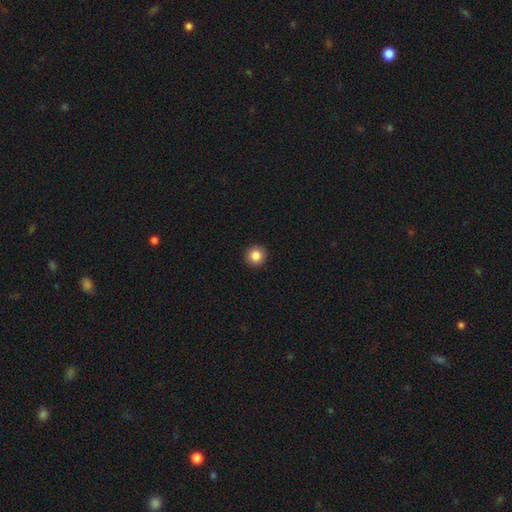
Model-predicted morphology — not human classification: smooth-or-featured: smooth: 86% | star or artifact: 10% | featured or disk: 5%
  how-rounded: round: 95% | in between: 4% | cigar-shaped: 1%
  merging: none: 93% | minor disturbance: 4% | major disturbance: 1% | merger: 1%